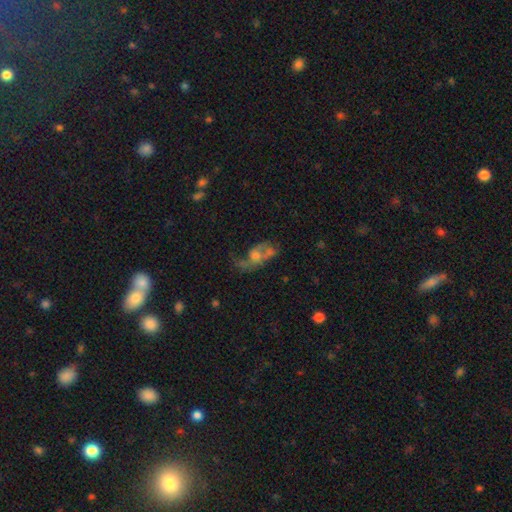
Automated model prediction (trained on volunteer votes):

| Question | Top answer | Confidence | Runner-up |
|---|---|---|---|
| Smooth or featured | featured or disk | 59% | smooth (25%) |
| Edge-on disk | no | 93% | yes (7%) |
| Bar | no | 77% | weak (19%) |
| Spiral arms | yes | 64% | no (36%) |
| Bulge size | moderate | 49% | small (28%) |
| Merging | none | 35% | major disturbance (29%) |